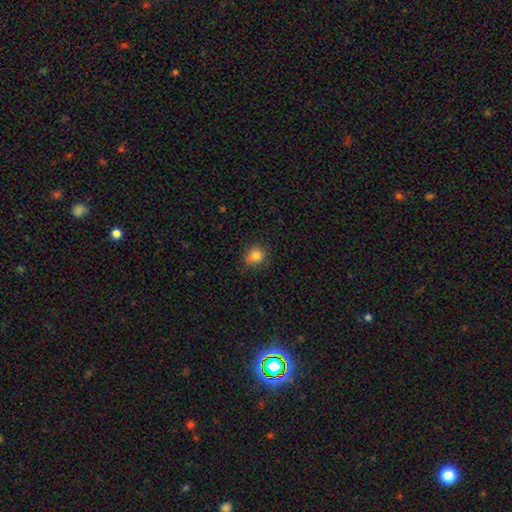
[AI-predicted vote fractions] Smooth or featured? Predicted: smooth (p=0.83). How rounded? Predicted: round (p=0.82). Merging? Predicted: none (p=0.80).